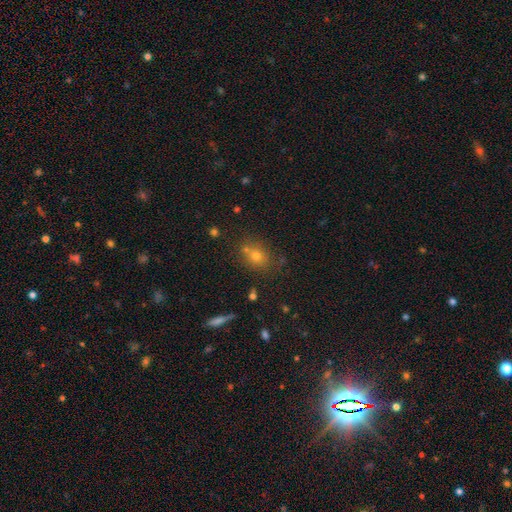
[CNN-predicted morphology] Q: Smooth or featured?
A: smooth (64%); runner-up: star or artifact (23%)
Q: How rounded?
A: round (58%); runner-up: in between (40%)
Q: Merging?
A: none (67%); runner-up: merger (17%)